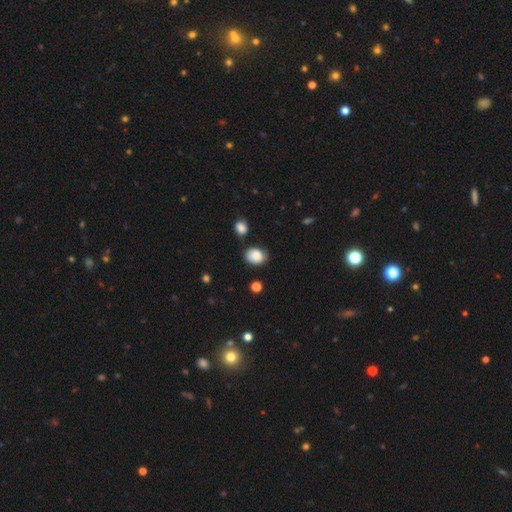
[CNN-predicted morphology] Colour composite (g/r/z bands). It shows a smooth galaxy with no disk features (85%) that is in between round and cigar-shaped (57%). Merging: none (69%).